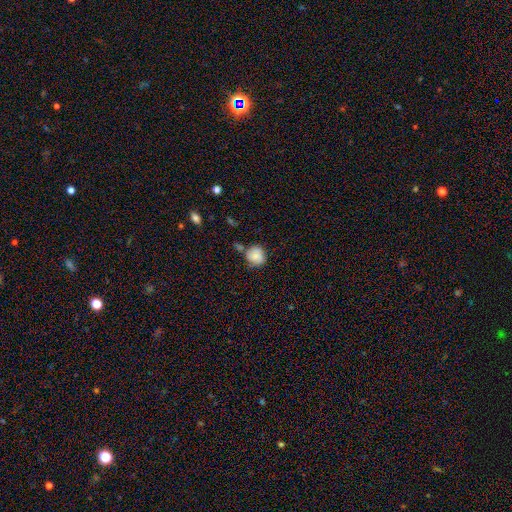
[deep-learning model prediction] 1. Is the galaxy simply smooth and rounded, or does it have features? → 78% smooth, 13% featured or disk, 9% star or artifact.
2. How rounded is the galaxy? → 86% round, 13% in between, 1% cigar-shaped.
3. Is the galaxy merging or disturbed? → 60% none, 23% minor disturbance, 11% merger, 6% major disturbance.